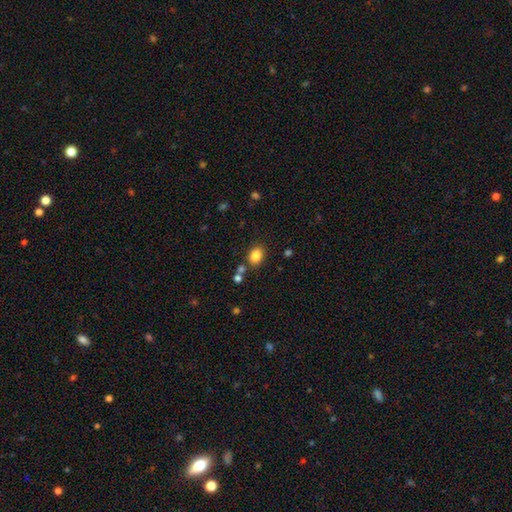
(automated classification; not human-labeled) The model was most divided on "how rounded": in between: 65%, round: 34%, cigar-shaped: 1%. More confident: smooth or featured — smooth (84%); merging — none (77%).